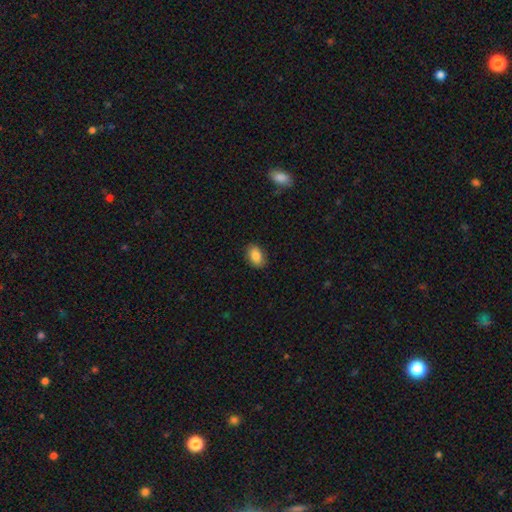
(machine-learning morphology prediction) A smooth galaxy with no disk features (86%) that is in between round and cigar-shaped (86%).

Vote fractions:
- Smooth or featured? smooth: 86% / star or artifact: 8% / featured or disk: 6%
- How rounded? in between: 86% / round: 13% / cigar-shaped: 1%
- Merging? none: 87% / minor disturbance: 10% / major disturbance: 2% / merger: 1%